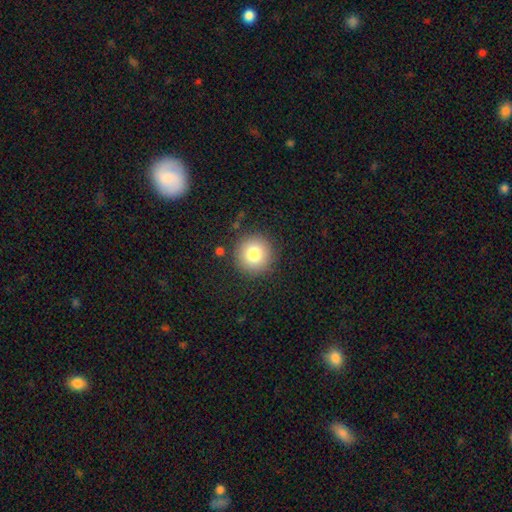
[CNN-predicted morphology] This appears to be a smooth galaxy with no disk features (81%) that is round (95%). Merging: none (90%).